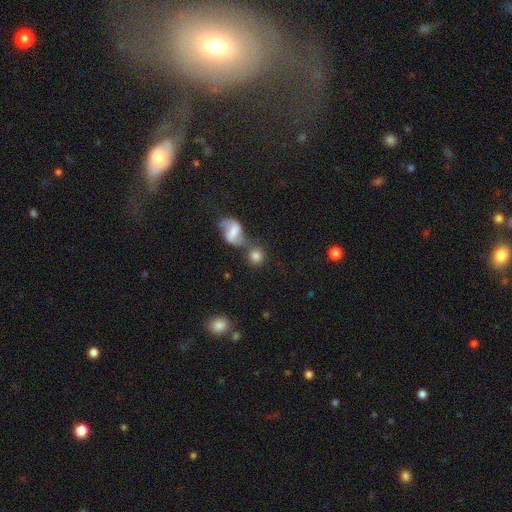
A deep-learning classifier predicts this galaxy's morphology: type=smooth (76%); roundness=round (86%); merging=none (52%).